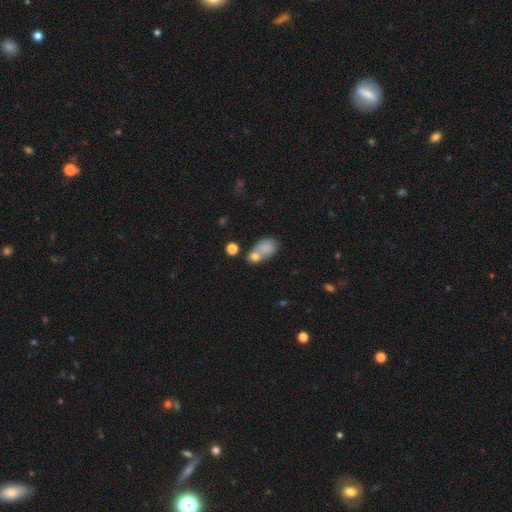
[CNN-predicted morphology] Smooth or featured? smooth (74%)
How rounded? in between (74%)
Merging? merger (45%)